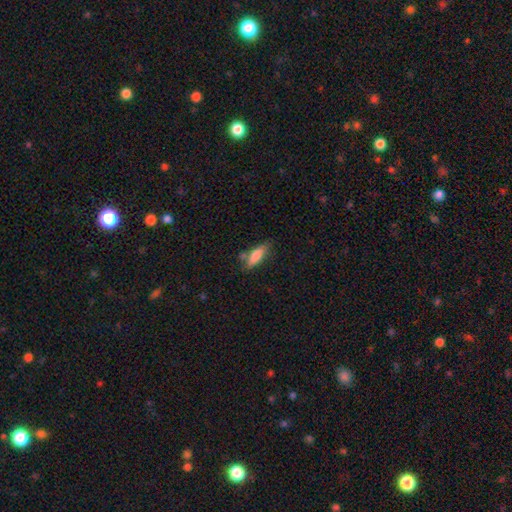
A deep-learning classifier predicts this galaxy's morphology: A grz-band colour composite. It shows a smooth galaxy with no disk features (78%) that is in between round and cigar-shaped (51%). Merging: none (61%).